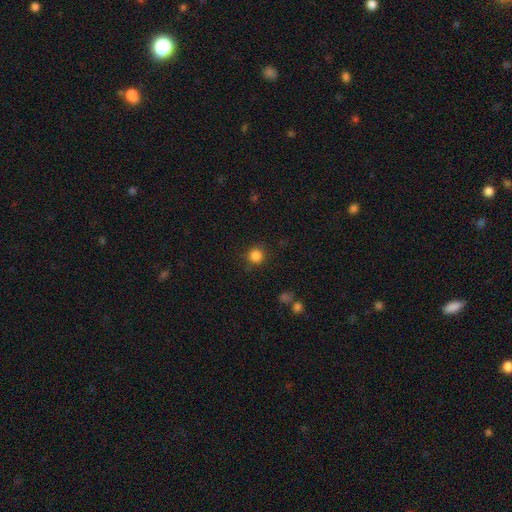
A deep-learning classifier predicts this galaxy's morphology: This is clearly a smooth galaxy (85%). How rounded: clearly round (94%). Merging: clearly none (88%).